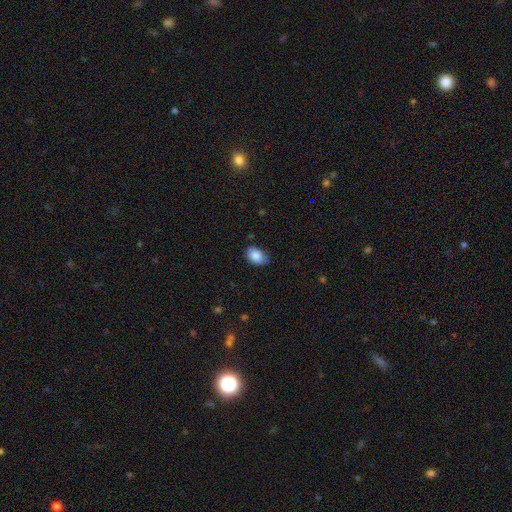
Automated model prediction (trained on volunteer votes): Morphology: type=smooth (86%); roundness=in between (85%); merging=none (71%).